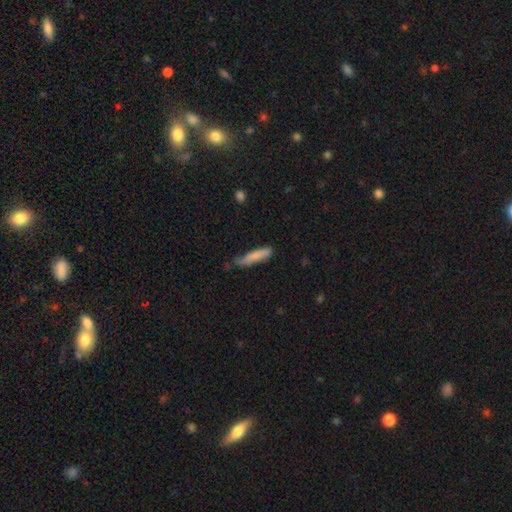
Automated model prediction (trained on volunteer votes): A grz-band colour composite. It shows a smooth galaxy with no disk features (79%) that is cigar-shaped (83%). Merging: none (58%).